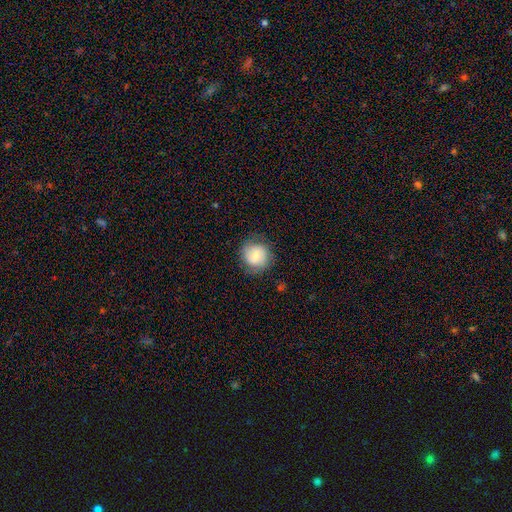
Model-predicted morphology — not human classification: Q: Smooth or featured?
A: smooth (68%); runner-up: featured or disk (25%)
Q: How rounded?
A: round (86%); runner-up: in between (13%)
Q: Merging?
A: none (76%); runner-up: minor disturbance (17%)